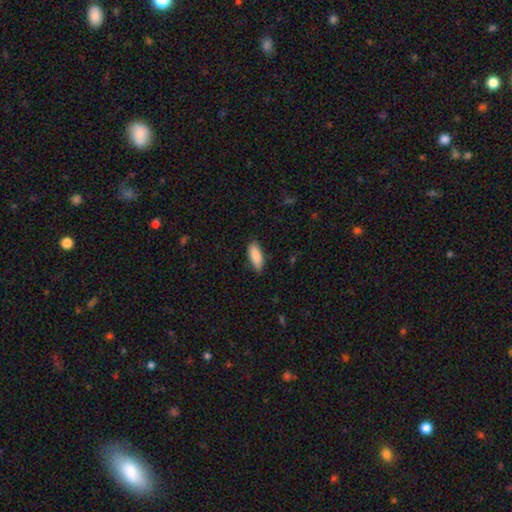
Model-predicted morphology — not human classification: type=smooth (88%); roundness=in between (77%); merging=none (80%).